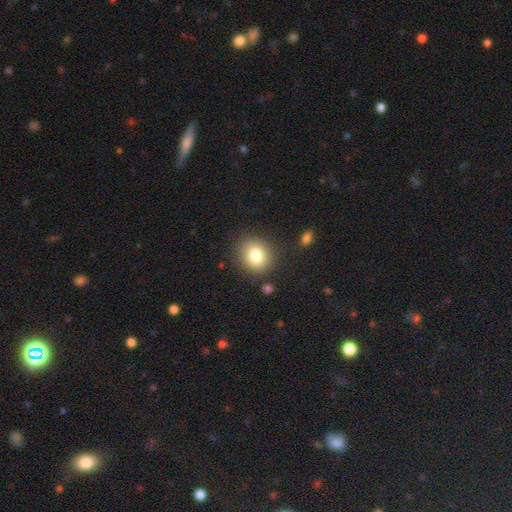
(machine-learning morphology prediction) Smooth or featured?
  - smooth: 80% *
  - star or artifact: 11%
  - featured or disk: 10%
How rounded?
  - round: 75% *
  - in between: 24%
  - cigar-shaped: 1%
Merging?
  - none: 86% *
  - minor disturbance: 9%
  - major disturbance: 3%
  - merger: 2%